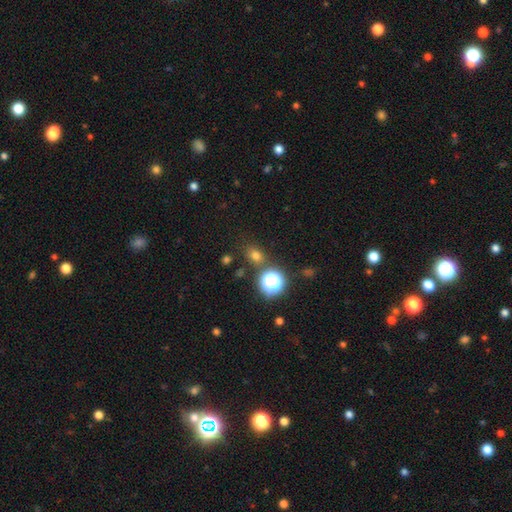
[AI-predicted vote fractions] Morphology: type=smooth (69%); roundness=round (53%); merging=none (79%).